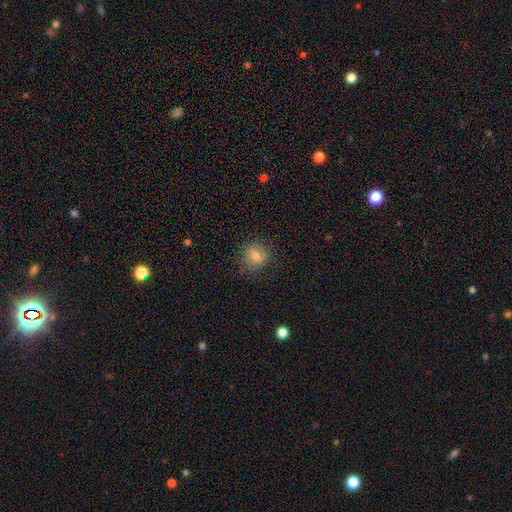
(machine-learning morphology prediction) A smooth galaxy with no disk features (75%) that is round (84%).

Vote fractions:
- Smooth or featured? smooth: 75% / featured or disk: 13% / star or artifact: 12%
- How rounded? round: 84% / in between: 15% / cigar-shaped: 1%
- Merging? none: 83% / minor disturbance: 12% / major disturbance: 4% / merger: 1%